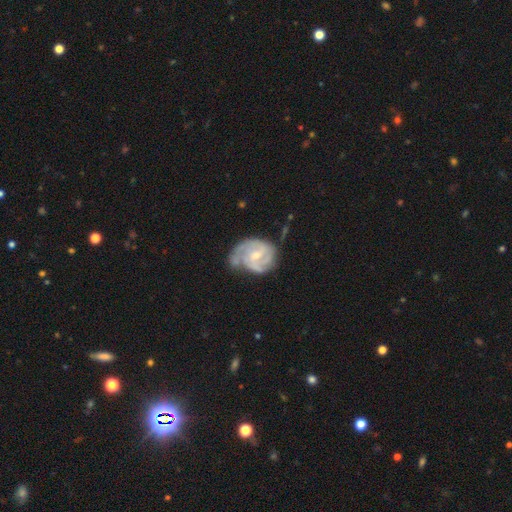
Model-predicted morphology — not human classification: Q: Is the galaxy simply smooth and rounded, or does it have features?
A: featured or disk — 84%.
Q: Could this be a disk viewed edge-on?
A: no — 98%.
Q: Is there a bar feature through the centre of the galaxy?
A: weak — 52%.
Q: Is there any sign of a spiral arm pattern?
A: yes — 95%.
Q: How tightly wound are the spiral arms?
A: tight — 51%.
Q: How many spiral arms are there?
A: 2 — 38%.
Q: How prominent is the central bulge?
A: small — 58%.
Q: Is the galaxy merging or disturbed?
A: none — 47%.